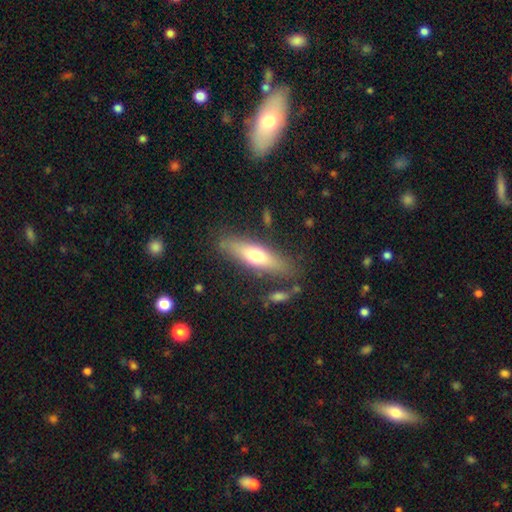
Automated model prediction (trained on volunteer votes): A smooth galaxy with no disk features (59%) that is cigar-shaped (60%).

Vote fractions:
- Smooth or featured? smooth: 59% / featured or disk: 35% / star or artifact: 6%
- How rounded? cigar-shaped: 60% / in between: 37% / round: 2%
- Merging? none: 79% / minor disturbance: 13% / major disturbance: 4% / merger: 4%